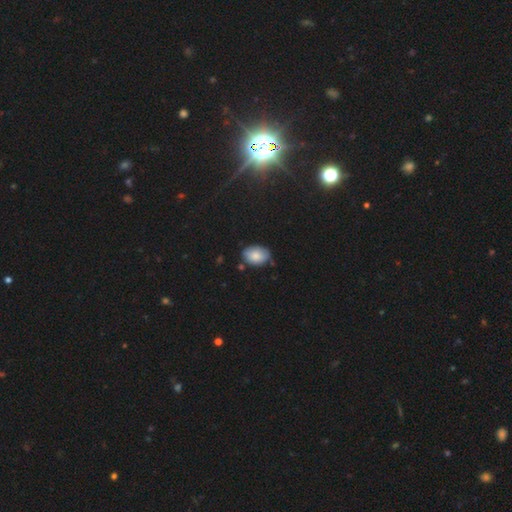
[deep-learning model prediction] smooth 83%, featured or disk 10%, star or artifact 8%. Down the decision tree: how rounded — in between (81%); merging — none (72%).